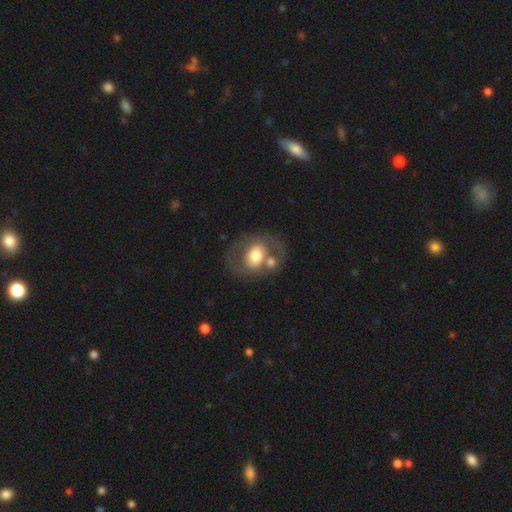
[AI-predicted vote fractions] Smooth or featured? Predicted: featured or disk (p=0.50). Edge-on disk? Predicted: no (p=0.95). Merging? Predicted: none (p=0.49).